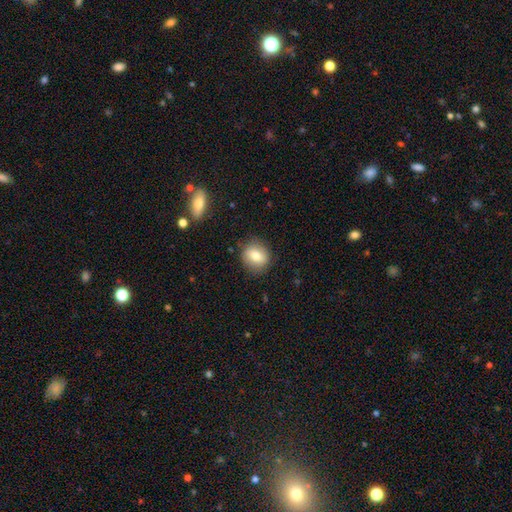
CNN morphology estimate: smooth-or-featured: smooth: 77% | featured or disk: 14% | star or artifact: 9%
  how-rounded: round: 75% | in between: 24% | cigar-shaped: 1%
  merging: none: 85% | minor disturbance: 10% | major disturbance: 3% | merger: 1%